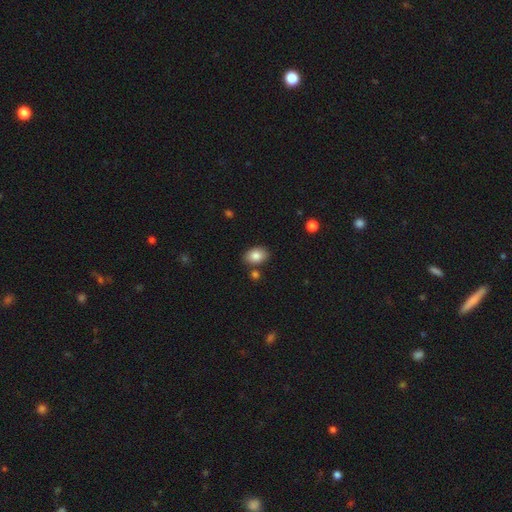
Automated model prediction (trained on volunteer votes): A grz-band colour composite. It shows a smooth galaxy with no disk features (84%) that is in between round and cigar-shaped (80%). Merging: none (80%).